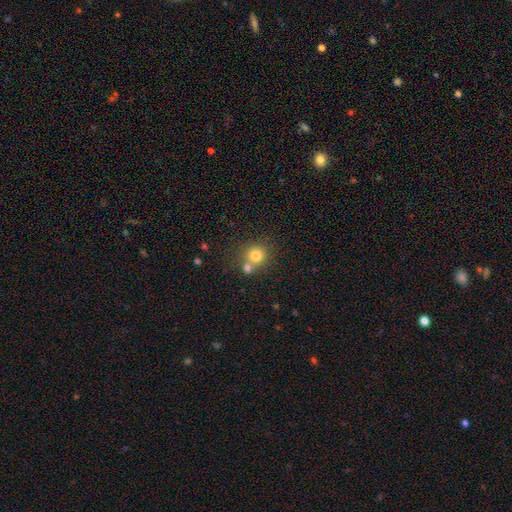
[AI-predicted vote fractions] A smooth galaxy with no disk features (77%) that is round (87%).

Vote fractions:
- Smooth or featured? smooth: 77% / star or artifact: 13% / featured or disk: 10%
- How rounded? round: 87% / in between: 12% / cigar-shaped: 1%
- Merging? none: 54% / merger: 35% / minor disturbance: 8% / major disturbance: 3%